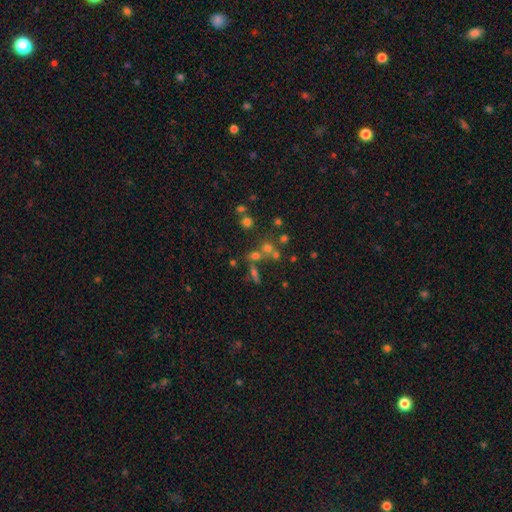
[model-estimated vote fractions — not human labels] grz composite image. It shows a smooth galaxy with no disk features (42%). Merging: none (53%).